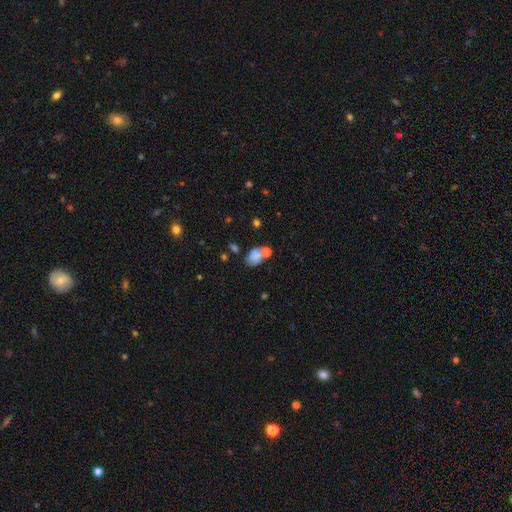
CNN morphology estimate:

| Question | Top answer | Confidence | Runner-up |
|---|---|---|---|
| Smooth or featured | smooth | 76% | featured or disk (13%) |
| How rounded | in between | 78% | round (21%) |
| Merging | none | 45% | merger (28%) |